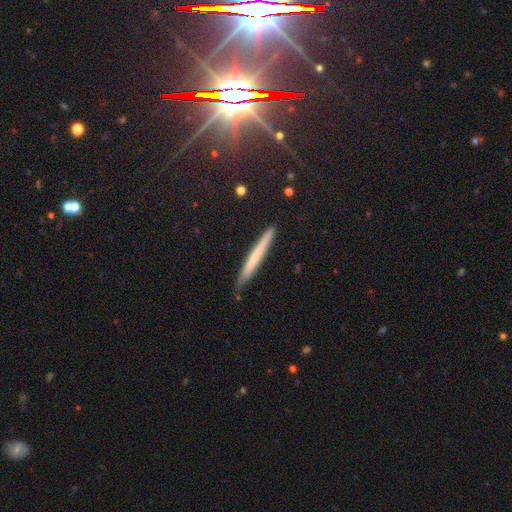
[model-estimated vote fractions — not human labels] smooth-or-featured: smooth: 59% | featured or disk: 34% | star or artifact: 8%
  how-rounded: cigar-shaped: 97% | in between: 2% | round: 1%
  merging: none: 87% | minor disturbance: 10% | major disturbance: 2% | merger: 1%